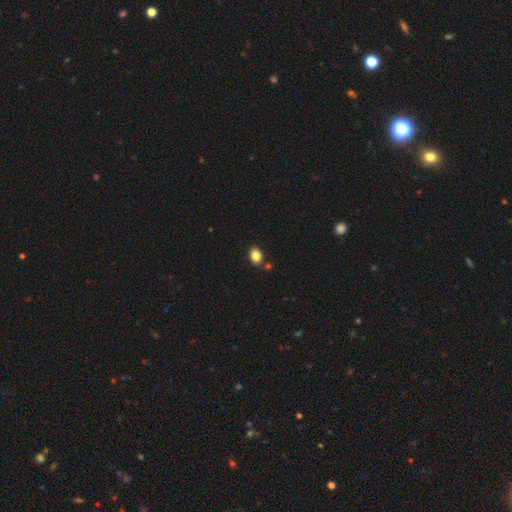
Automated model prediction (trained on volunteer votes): Smooth or featured: smooth — 84% (star or artifact — 10%)
How rounded: in between — 62% (round — 37%)
Merging: none — 81% (minor disturbance — 10%)